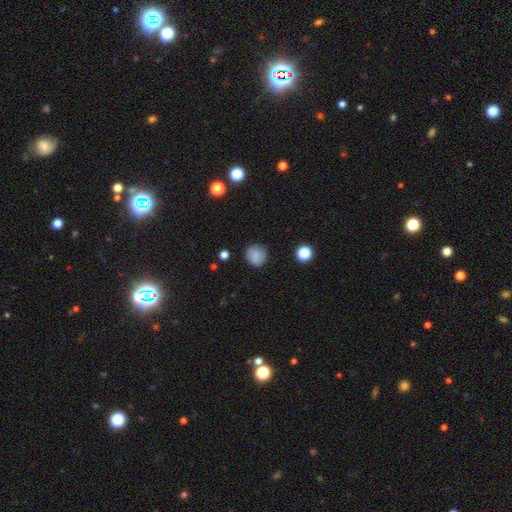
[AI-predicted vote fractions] smooth 84%, star or artifact 11%, featured or disk 5%. Down the decision tree: how rounded — round (87%); merging — none (81%).